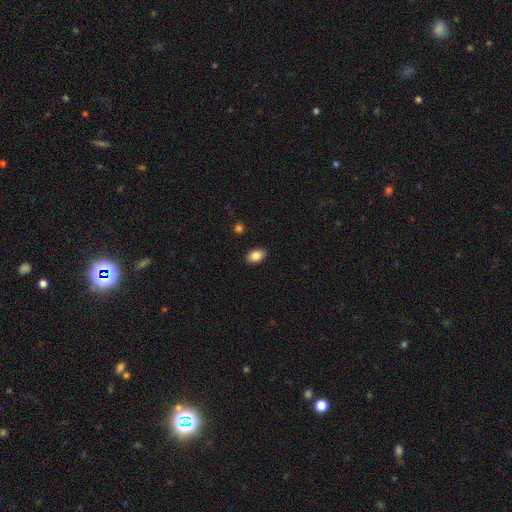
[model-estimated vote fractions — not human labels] A smooth galaxy with no disk features (87%) that is in between round and cigar-shaped (88%). Merging: none (88%).